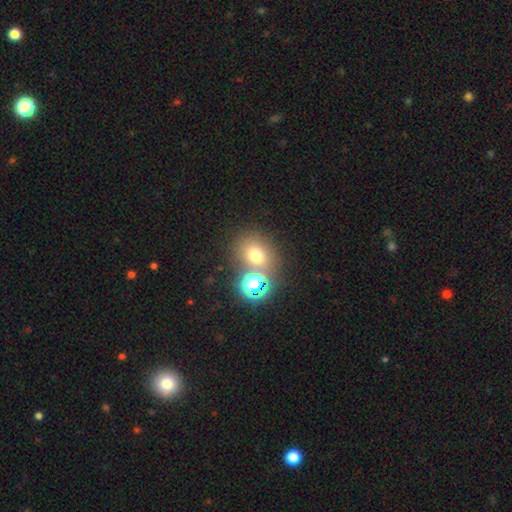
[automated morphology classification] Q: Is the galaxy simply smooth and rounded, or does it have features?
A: smooth — 65%.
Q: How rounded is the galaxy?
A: round — 68%.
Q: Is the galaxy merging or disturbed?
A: none — 61%.